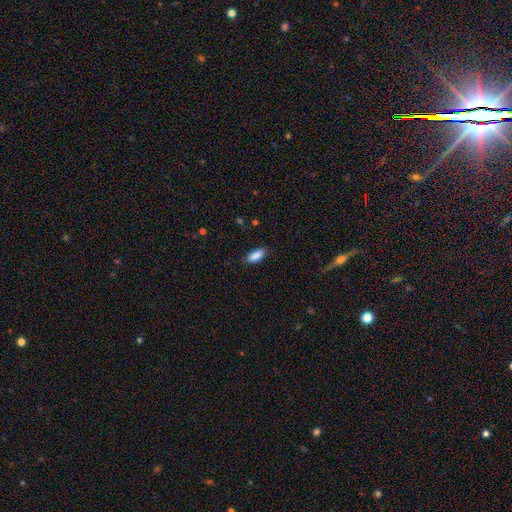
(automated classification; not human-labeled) This is clearly a smooth galaxy (89%). How rounded: likely in between (77%). Merging: clearly none (87%).